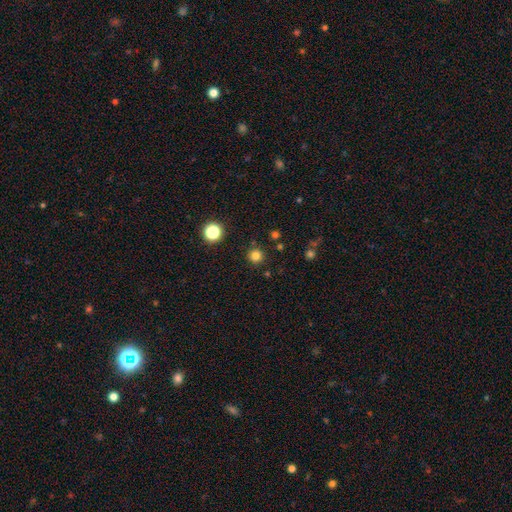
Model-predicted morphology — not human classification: This appears to be a smooth galaxy with no disk features (80%) that is round (95%). Merging: none (90%).